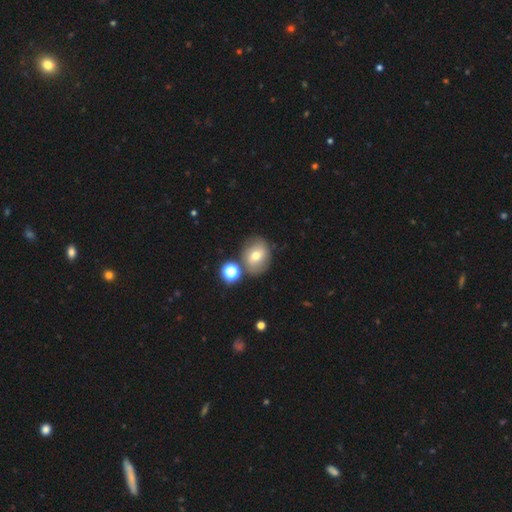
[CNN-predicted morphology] The model was most divided on "how rounded": round: 58%, in between: 41%, cigar-shaped: 1%. More confident: merging — none (71%); smooth or featured — smooth (60%).